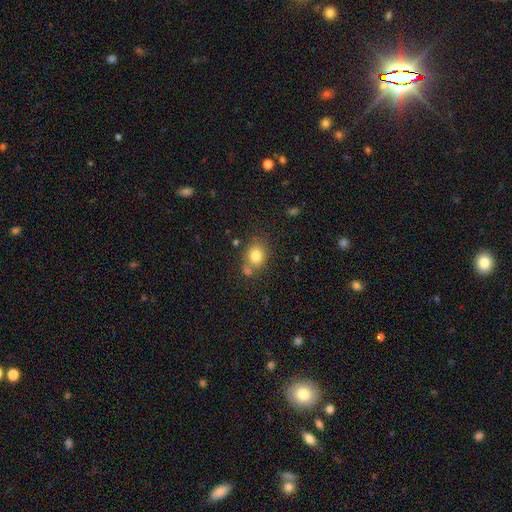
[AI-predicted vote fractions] A smooth galaxy with no disk features (80%) that is round (59%).

Vote fractions:
- Smooth or featured? smooth: 80% / star or artifact: 10% / featured or disk: 10%
- How rounded? round: 59% / in between: 40% / cigar-shaped: 1%
- Merging? none: 63% / merger: 19% / minor disturbance: 14% / major disturbance: 4%